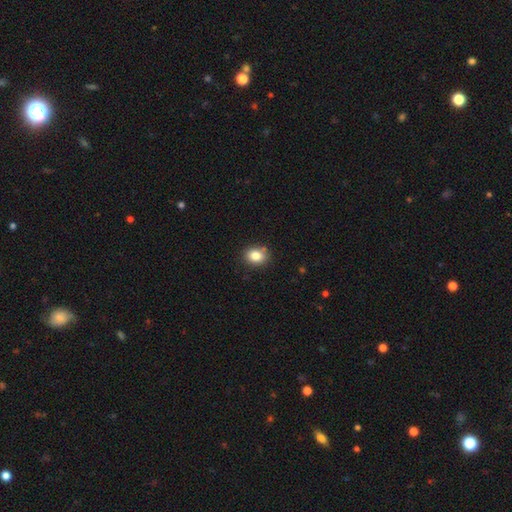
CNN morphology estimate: This is clearly a smooth galaxy (83%). How rounded: possibly round (52%). Merging: clearly none (83%).